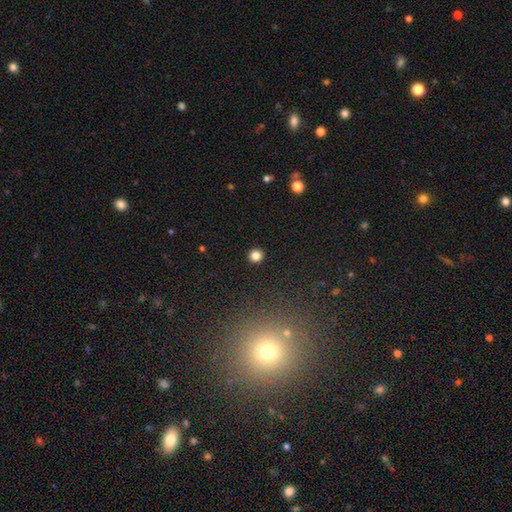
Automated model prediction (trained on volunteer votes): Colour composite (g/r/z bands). It shows a smooth galaxy with no disk features (83%) that is round (93%). Merging: none (93%).